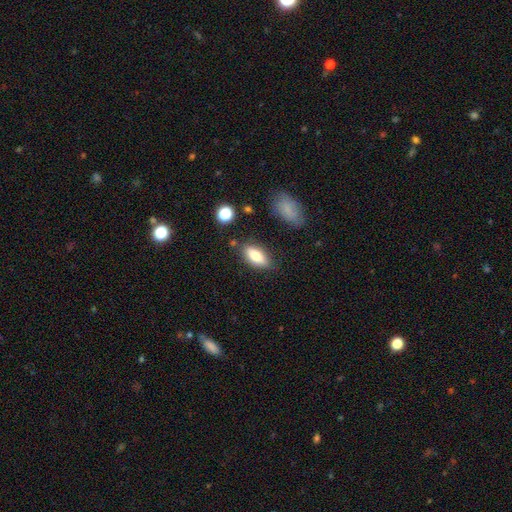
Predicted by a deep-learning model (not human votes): The model was most divided on "smooth or featured": smooth: 75%, featured or disk: 17%, star or artifact: 8%. More confident: how rounded — in between (83%); merging — none (77%).